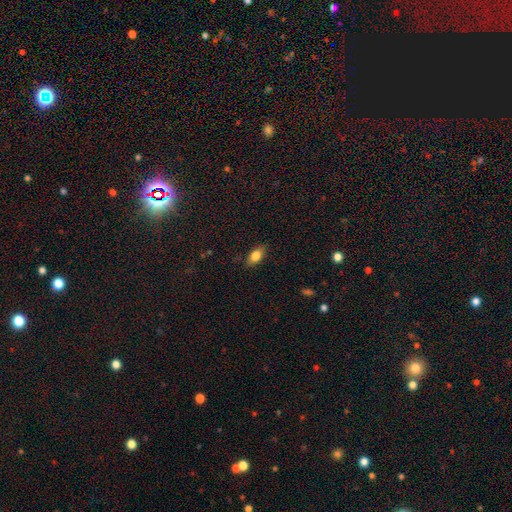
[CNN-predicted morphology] smooth-or-featured: smooth: 79% | featured or disk: 12% | star or artifact: 8%
  how-rounded: in between: 85% | cigar-shaped: 8% | round: 6%
  merging: none: 83% | minor disturbance: 13% | major disturbance: 3% | merger: 1%